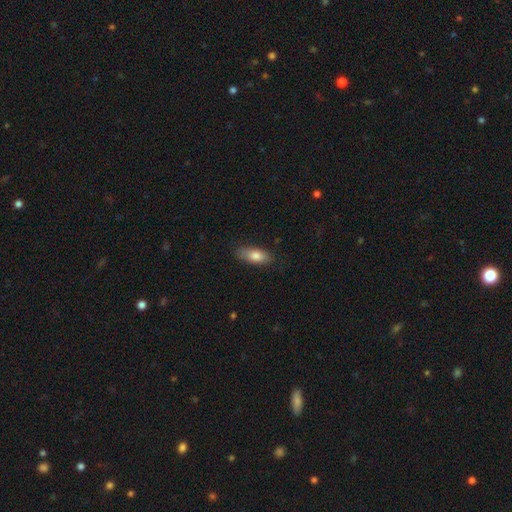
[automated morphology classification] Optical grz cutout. It shows a smooth galaxy with no disk features (79%) that is in between round and cigar-shaped (78%). Merging: none (83%).